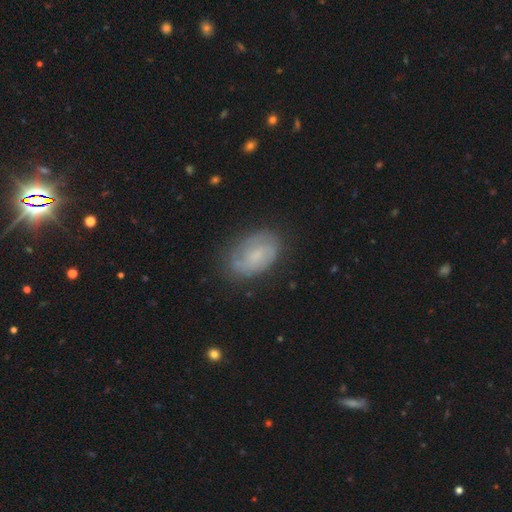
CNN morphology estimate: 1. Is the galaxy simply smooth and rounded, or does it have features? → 55% featured or disk, 37% smooth, 8% star or artifact.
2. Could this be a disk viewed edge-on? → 96% no, 4% yes.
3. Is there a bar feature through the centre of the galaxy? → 55% no, 38% weak, 6% strong.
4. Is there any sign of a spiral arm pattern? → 80% yes, 20% no.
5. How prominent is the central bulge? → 41% small, 27% none, 26% moderate, 4% large, 1% dominant.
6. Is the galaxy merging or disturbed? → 73% none, 19% minor disturbance, 7% major disturbance, 2% merger.